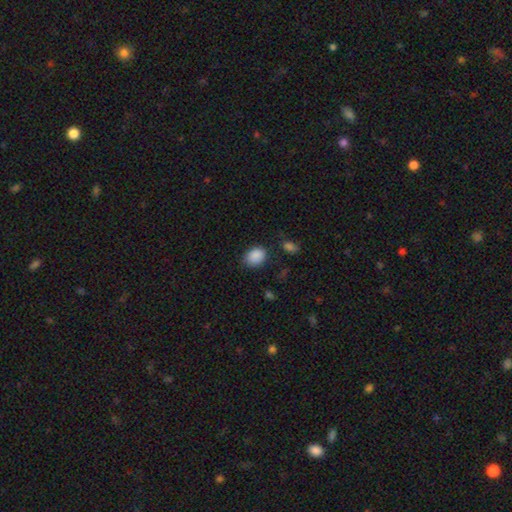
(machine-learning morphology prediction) Smooth or featured? smooth (88%)
How rounded? in between (61%)
Merging? none (76%)